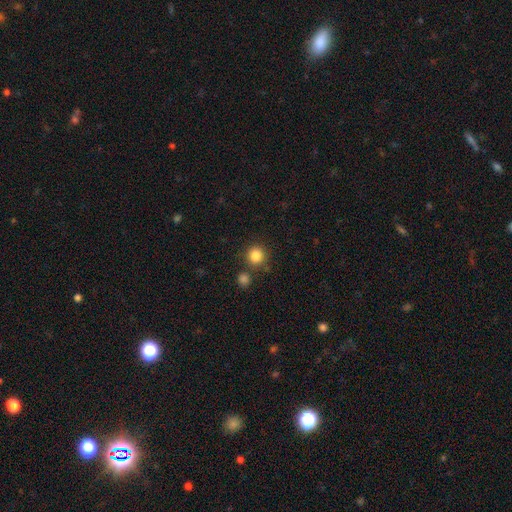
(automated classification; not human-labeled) Overall: smooth (85%). How rounded: round (92%). Merging: none (79%).